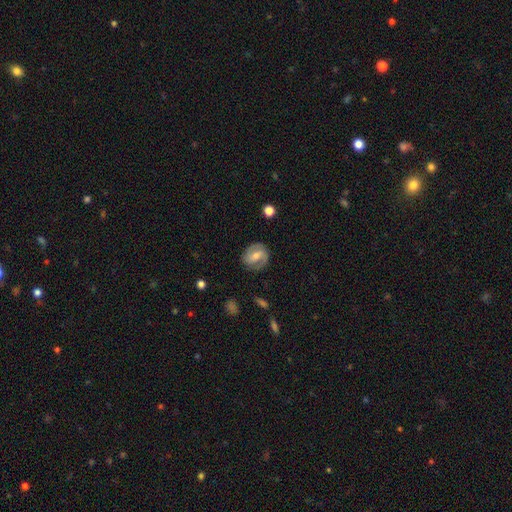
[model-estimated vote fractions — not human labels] This appears to be a featured or disk galaxy (74%) with a weak bar (45%), 2 (85%) medium (43%) spiral arms (90%) and a moderate central bulge (54%). Merging: none (80%).